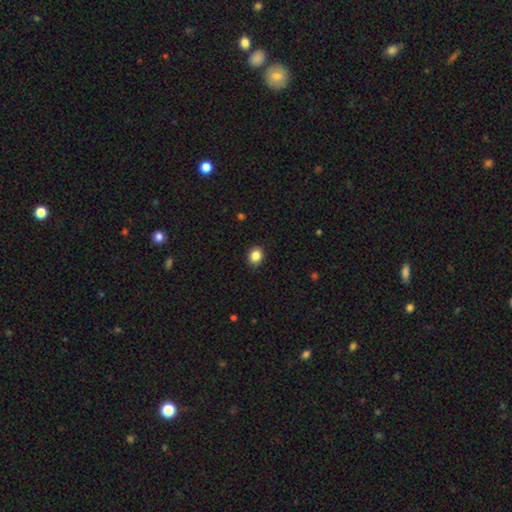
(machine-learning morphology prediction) This appears to be a smooth galaxy with no disk features (86%) that is round (66%). Merging: none (91%).